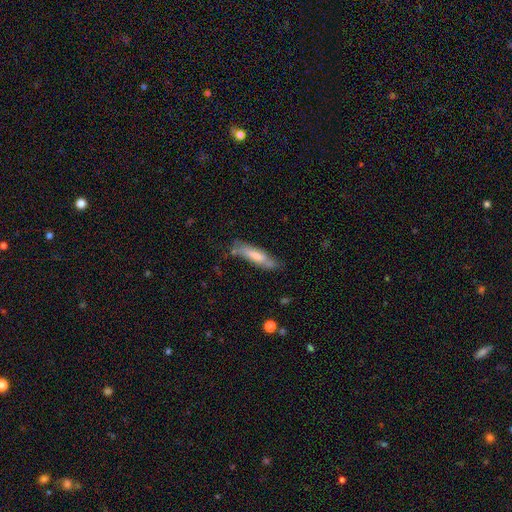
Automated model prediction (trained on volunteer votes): Smooth or featured?
  - smooth: 56% *
  - featured or disk: 37%
  - star or artifact: 7%
How rounded?
  - cigar-shaped: 74% *
  - in between: 24%
  - round: 2%
Merging?
  - none: 63% *
  - minor disturbance: 25%
  - major disturbance: 7%
  - merger: 5%